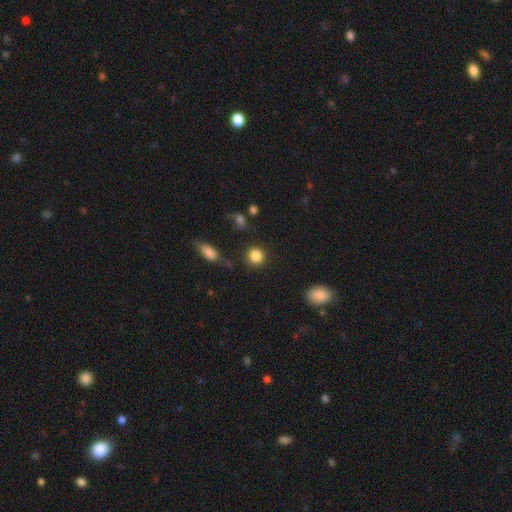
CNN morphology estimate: type=smooth (85%); roundness=round (88%); merging=none (84%).